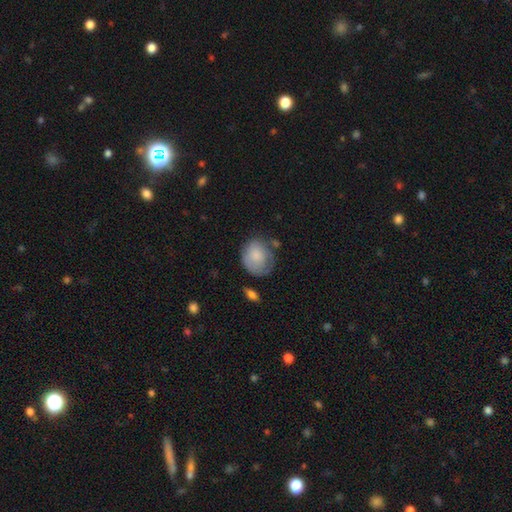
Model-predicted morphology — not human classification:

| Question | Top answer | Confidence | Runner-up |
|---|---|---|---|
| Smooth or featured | smooth | 78% | featured or disk (16%) |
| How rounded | round | 62% | in between (37%) |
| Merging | none | 50% | minor disturbance (31%) |